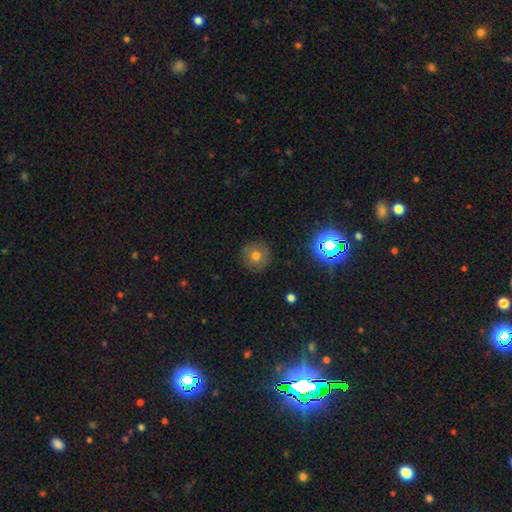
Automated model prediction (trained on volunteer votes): Overall: smooth (70%). How rounded: round (94%). Merging: none (88%).